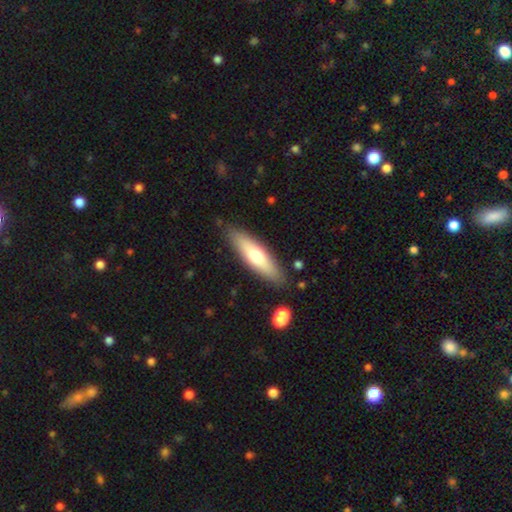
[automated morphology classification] Smooth or featured? smooth (59%)
How rounded? cigar-shaped (62%)
Merging? none (86%)